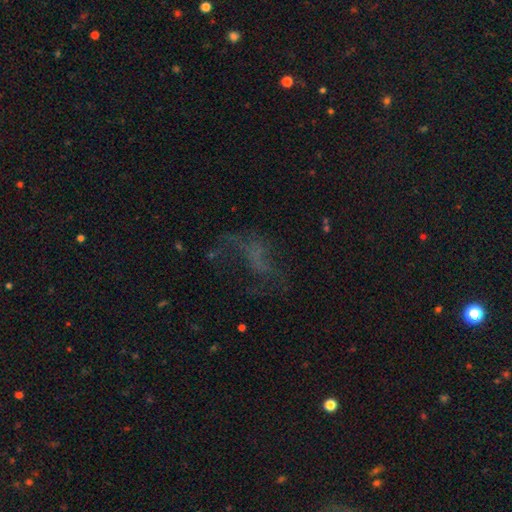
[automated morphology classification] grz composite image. It shows a featured or disk galaxy (40%). Merging: none (42%).